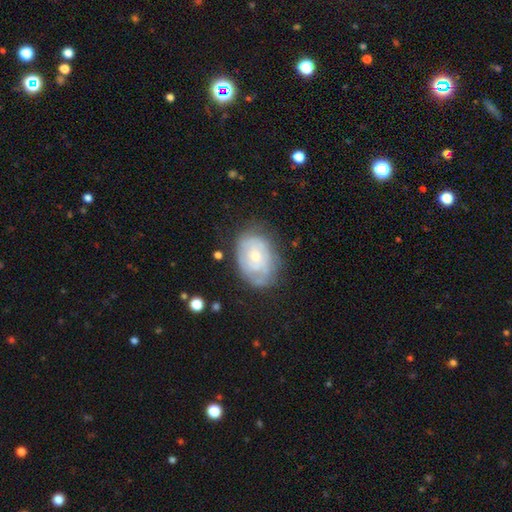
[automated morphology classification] Smooth or featured?
  - featured or disk: 61% *
  - smooth: 31%
  - star or artifact: 8%
Edge-on disk?
  - no: 96% *
  - yes: 4%
Bar?
  - no: 81% *
  - weak: 17%
  - strong: 3%
Spiral arms?
  - yes: 67% *
  - no: 33%
Bulge size?
  - small: 52% *
  - moderate: 43%
  - large: 3%
  - none: 2%
  - dominant: 1%
Merging?
  - none: 66% *
  - minor disturbance: 23%
  - major disturbance: 8%
  - merger: 2%